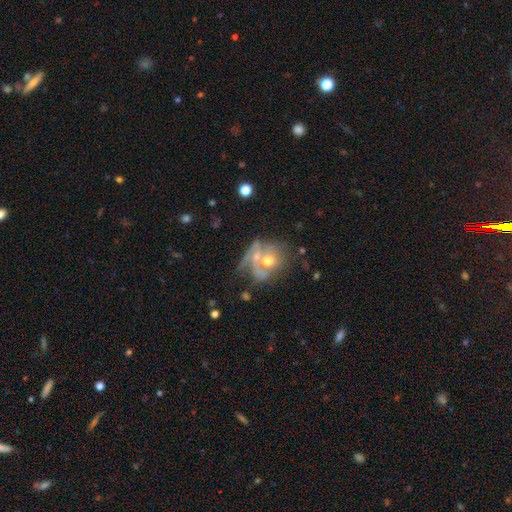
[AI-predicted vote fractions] This appears to be a featured or disk galaxy (47%). Merging: merger (40%).